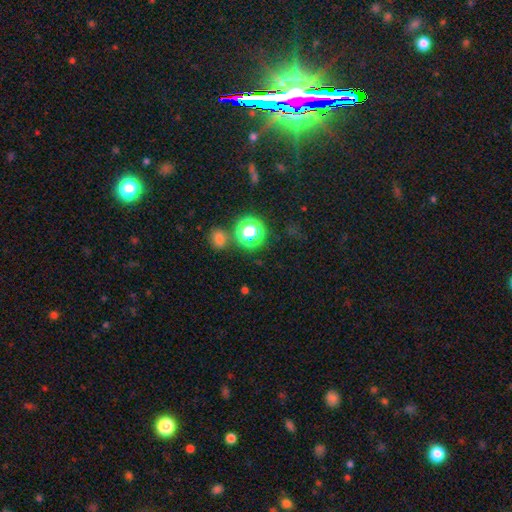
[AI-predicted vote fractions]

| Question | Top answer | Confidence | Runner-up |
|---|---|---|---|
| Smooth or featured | star or artifact | 65% | smooth (27%) |